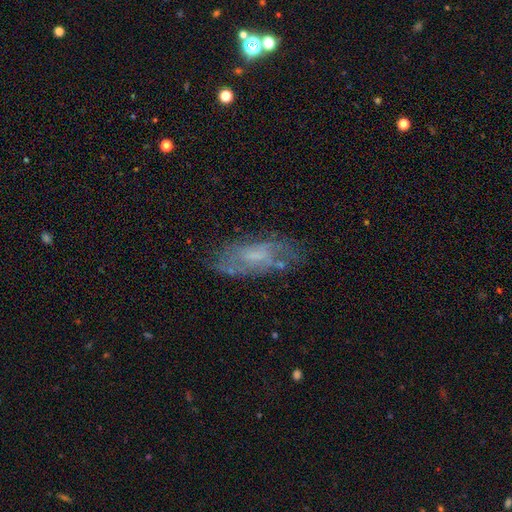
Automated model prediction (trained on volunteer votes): A featured or disk galaxy (60%) with no bar (51%), spiral arms (67%) and a small central bulge (39%).

Vote fractions:
- Smooth or featured? featured or disk: 60% / smooth: 31% / star or artifact: 9%
- Edge-on disk? no: 88% / yes: 12%
- Bar? no: 51% / weak: 41% / strong: 9%
- Spiral arms? yes: 67% / no: 33%
- Bulge size? small: 39% / none: 32% / moderate: 25% / large: 3% / dominant: 1%
- Merging? none: 66% / minor disturbance: 21% / major disturbance: 10% / merger: 2%